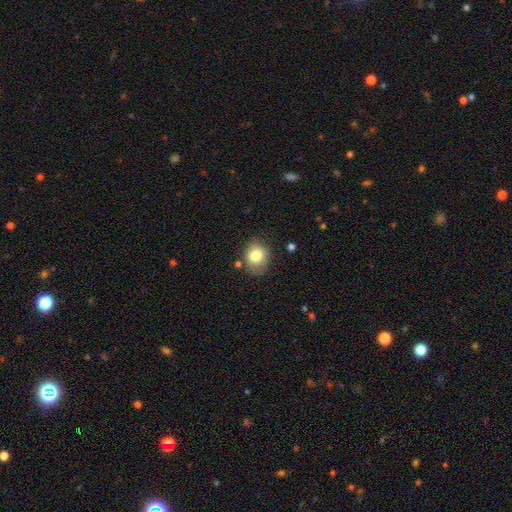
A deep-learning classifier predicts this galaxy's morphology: type=smooth (81%); roundness=round (53%); merging=none (71%).